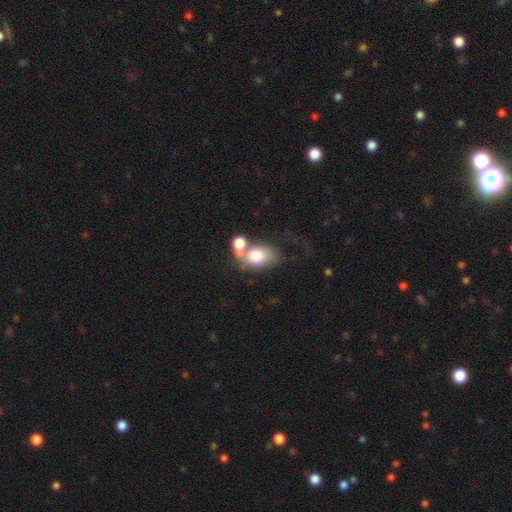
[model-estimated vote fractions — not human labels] smooth-or-featured: smooth: 71% | featured or disk: 19% | star or artifact: 9%
  how-rounded: in between: 78% | round: 20% | cigar-shaped: 2%
  merging: merger: 49% | none: 27% | major disturbance: 12% | minor disturbance: 12%